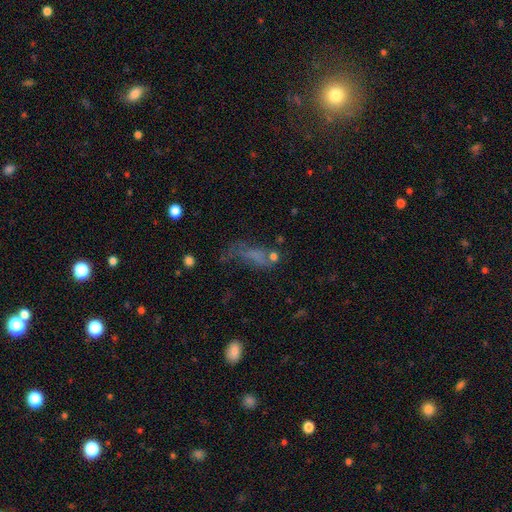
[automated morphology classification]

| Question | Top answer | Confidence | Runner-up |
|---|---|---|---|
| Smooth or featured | smooth | 52% | featured or disk (27%) |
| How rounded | in between | 64% | cigar-shaped (28%) |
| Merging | major disturbance | 39% | none (30%) |